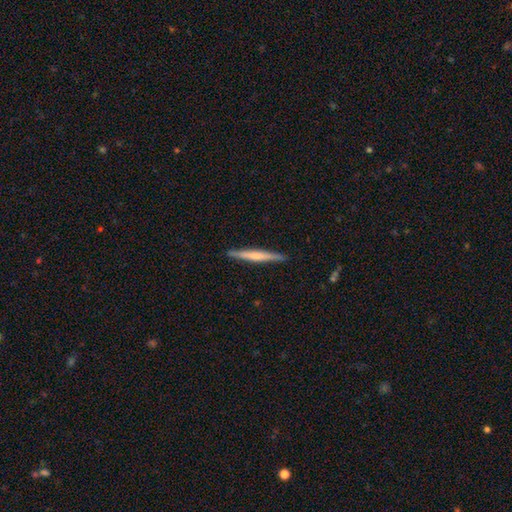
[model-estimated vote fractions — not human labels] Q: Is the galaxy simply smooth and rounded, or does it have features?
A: featured or disk — 50%.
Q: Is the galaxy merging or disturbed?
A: none — 91%.